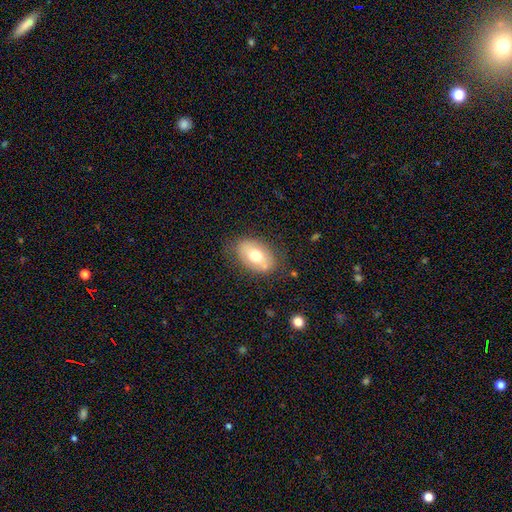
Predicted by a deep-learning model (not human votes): Smooth or featured? Predicted: smooth (p=0.63). How rounded? Predicted: in between (p=0.88). Merging? Predicted: none (p=0.74).